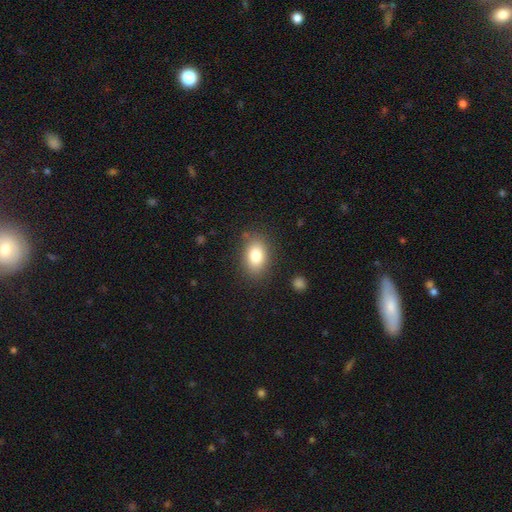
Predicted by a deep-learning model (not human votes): Q: Smooth or featured?
A: smooth (82%); runner-up: featured or disk (10%)
Q: How rounded?
A: in between (83%); runner-up: round (15%)
Q: Merging?
A: none (83%); runner-up: minor disturbance (11%)